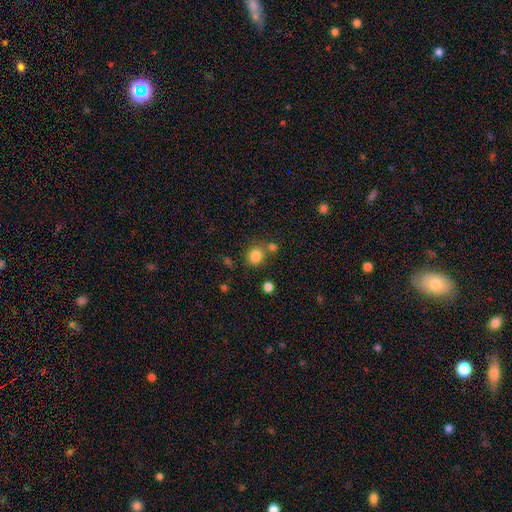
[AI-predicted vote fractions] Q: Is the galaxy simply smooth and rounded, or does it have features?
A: smooth — 82%.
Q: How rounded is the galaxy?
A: round — 71%.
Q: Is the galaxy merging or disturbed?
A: none — 65%.